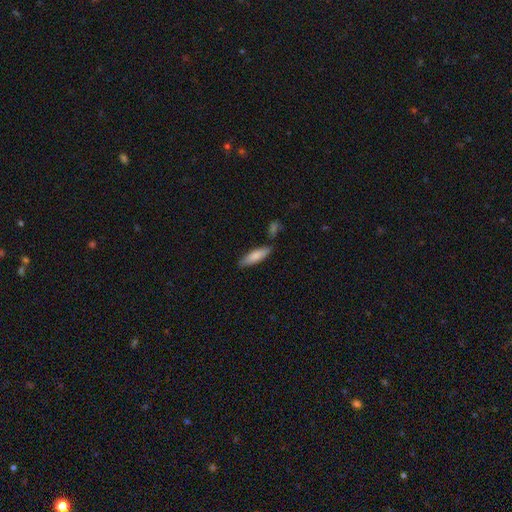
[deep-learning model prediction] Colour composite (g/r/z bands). It shows a smooth galaxy with no disk features (79%) that is cigar-shaped (58%). Merging: none (76%).